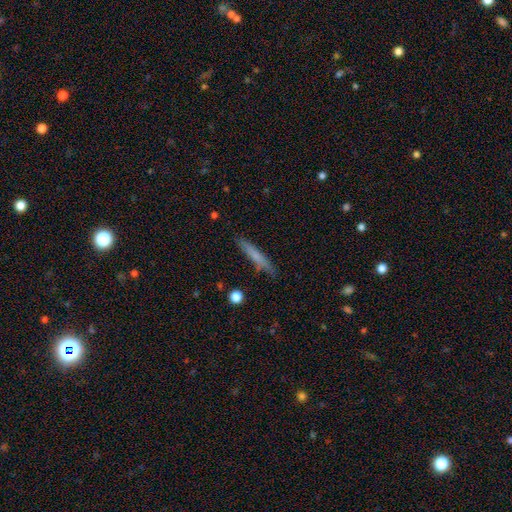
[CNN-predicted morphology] smooth 68%, featured or disk 25%, star or artifact 6%. Down the decision tree: how rounded — cigar-shaped (94%); merging — none (85%).